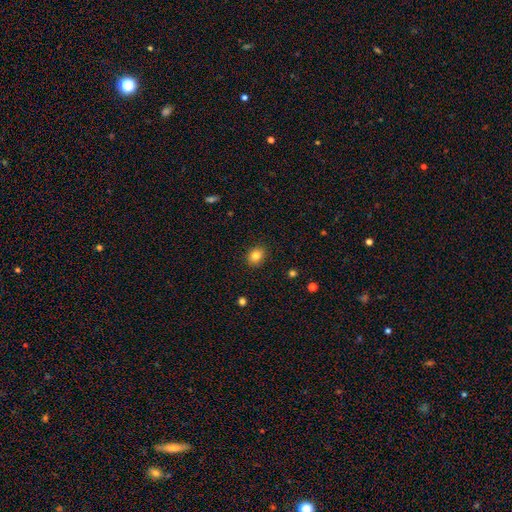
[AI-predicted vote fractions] smooth_or_featured: smooth (p=0.83) [alt: star or artifact p=0.10]
how_rounded: round (p=0.53) [alt: in between p=0.46]
merging: none (p=0.89) [alt: minor disturbance p=0.08]